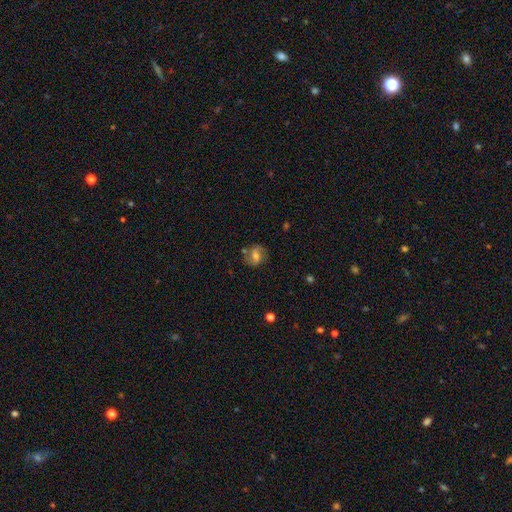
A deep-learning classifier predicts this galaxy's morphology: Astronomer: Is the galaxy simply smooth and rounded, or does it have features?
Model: featured or disk — 48% (runner-up: smooth, 42%).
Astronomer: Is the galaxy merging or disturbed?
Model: none — 70%.